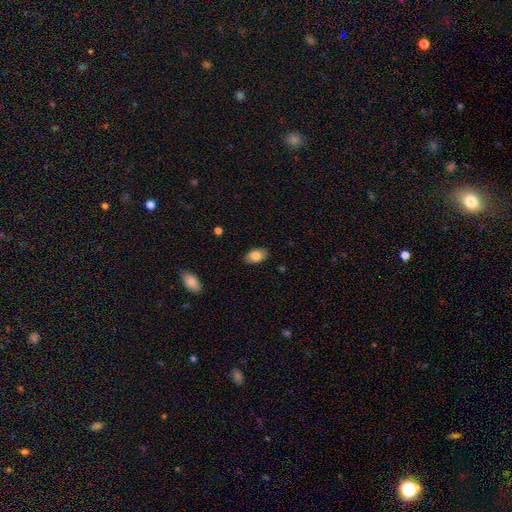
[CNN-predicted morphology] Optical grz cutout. It shows a smooth galaxy with no disk features (82%) that is in between round and cigar-shaped (92%). Merging: none (86%).